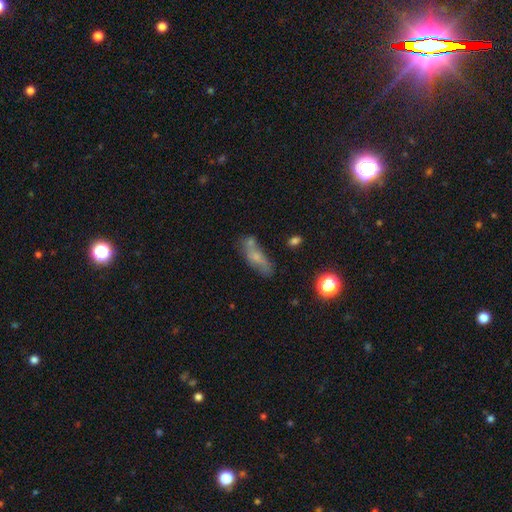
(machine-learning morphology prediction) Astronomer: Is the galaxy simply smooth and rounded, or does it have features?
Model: smooth — 52% (runner-up: featured or disk, 34%).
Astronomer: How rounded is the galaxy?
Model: in between — 52% (runner-up: cigar-shaped, 42%).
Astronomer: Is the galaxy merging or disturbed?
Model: none — 56%.